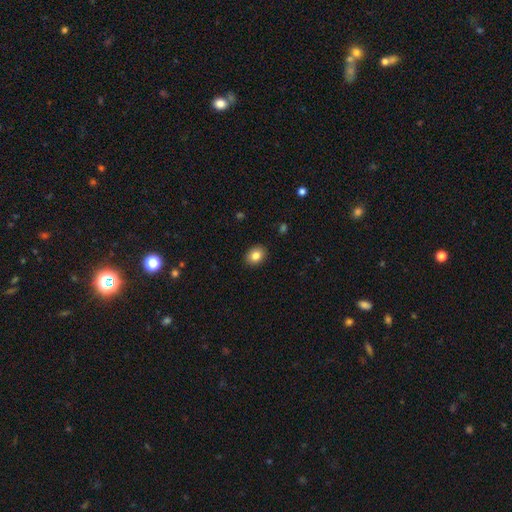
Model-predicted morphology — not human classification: smooth 84%, star or artifact 9%, featured or disk 7%. Down the decision tree: how rounded — in between (55%); merging — none (90%).